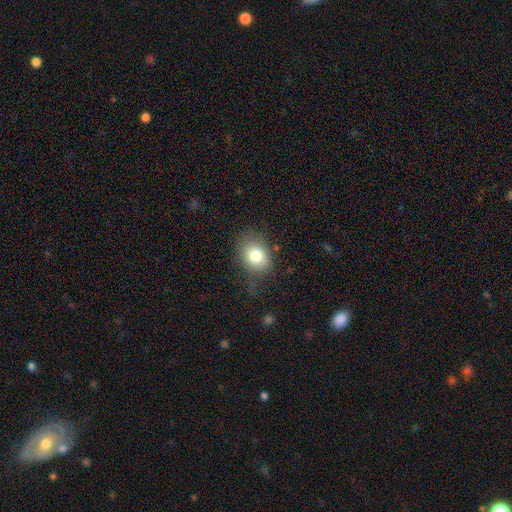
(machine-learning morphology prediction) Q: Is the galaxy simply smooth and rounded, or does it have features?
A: smooth — 78%.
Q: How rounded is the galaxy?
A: in between — 52%.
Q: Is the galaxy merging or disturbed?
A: none — 70%.